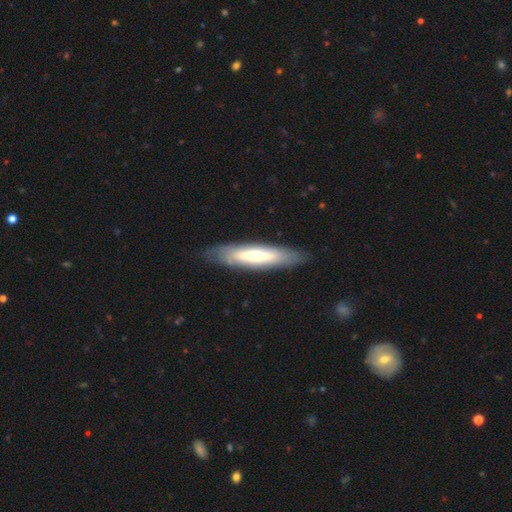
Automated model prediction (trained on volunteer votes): This appears to be a featured or disk galaxy (51%) viewed edge-on (57%). Merging: none (82%).